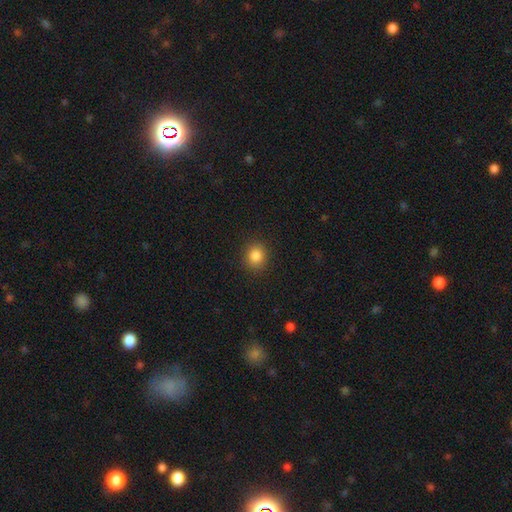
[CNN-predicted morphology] A smooth galaxy with no disk features (84%) that is round (80%).

Vote fractions:
- Smooth or featured? smooth: 84% / star or artifact: 11% / featured or disk: 5%
- How rounded? round: 80% / in between: 19% / cigar-shaped: 1%
- Merging? none: 90% / minor disturbance: 7% / major disturbance: 2% / merger: 1%